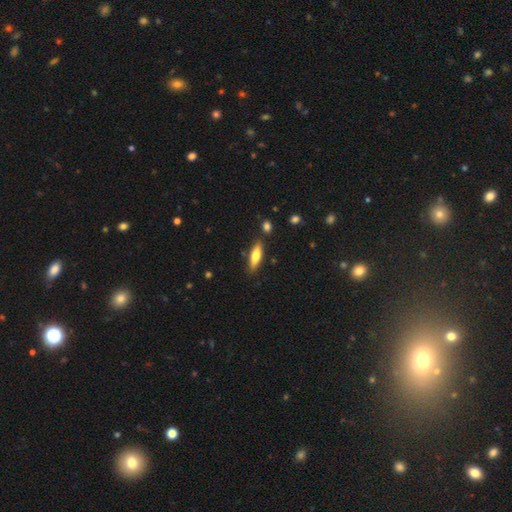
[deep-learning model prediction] smooth-or-featured: smooth: 67% | featured or disk: 27% | star or artifact: 6%
  how-rounded: cigar-shaped: 57% | in between: 41% | round: 2%
  merging: none: 83% | minor disturbance: 11% | merger: 4% | major disturbance: 2%